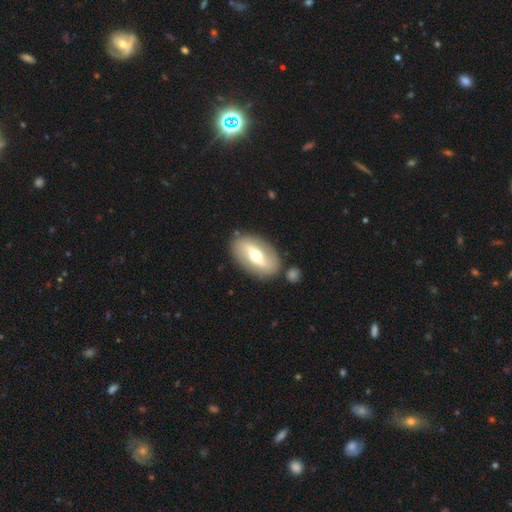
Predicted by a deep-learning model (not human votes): A featured or disk galaxy (61%) with a strong bar (46%), no spiral arms (50%, tied with yes) and a moderate central bulge (72%). Merging: none (81%).